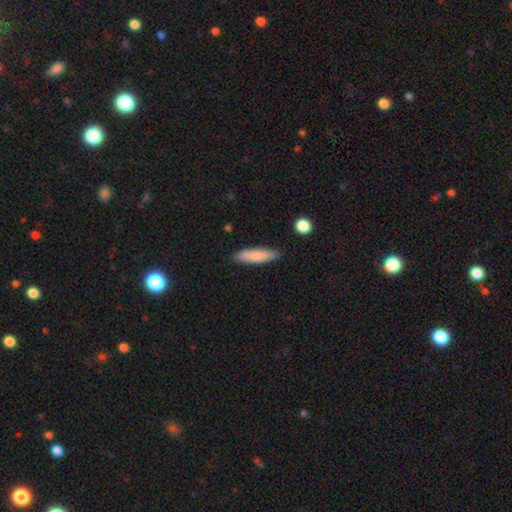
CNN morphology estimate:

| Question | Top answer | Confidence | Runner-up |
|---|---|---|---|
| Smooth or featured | smooth | 82% | featured or disk (12%) |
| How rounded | cigar-shaped | 74% | in between (25%) |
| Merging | none | 86% | minor disturbance (10%) |